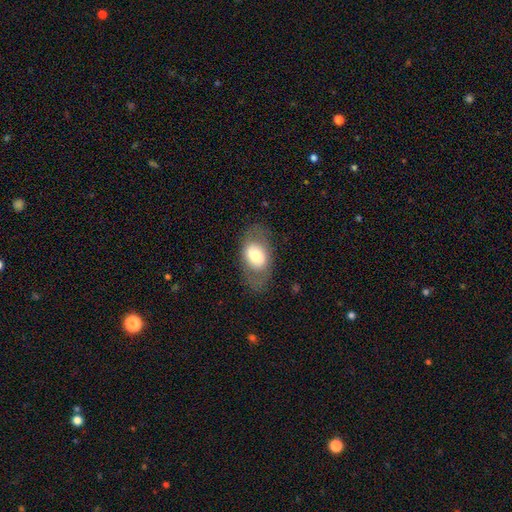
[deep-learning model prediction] smooth 60%, featured or disk 33%, star or artifact 7%. Down the decision tree: how rounded — in between (82%); merging — none (73%).